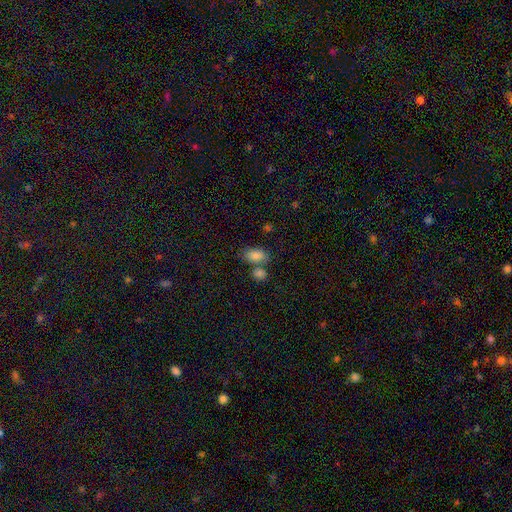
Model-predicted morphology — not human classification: A smooth galaxy with no disk features (83%) that is in between round and cigar-shaped (87%).

Vote fractions:
- Smooth or featured? smooth: 83% / star or artifact: 9% / featured or disk: 8%
- How rounded? in between: 87% / round: 11% / cigar-shaped: 2%
- Merging? none: 55% / merger: 28% / minor disturbance: 13% / major disturbance: 4%